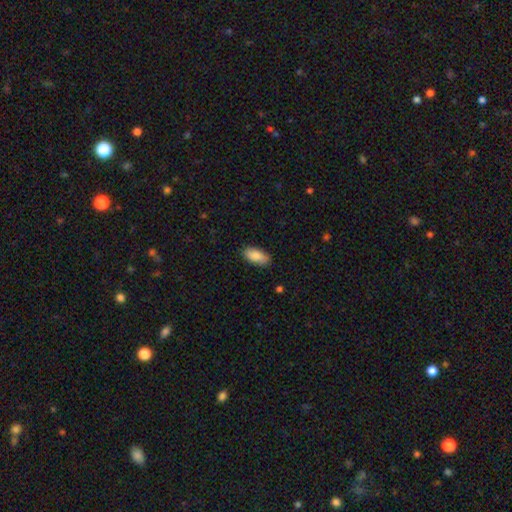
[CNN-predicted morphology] Overall: smooth (86%). How rounded: in between (90%). Merging: none (86%).